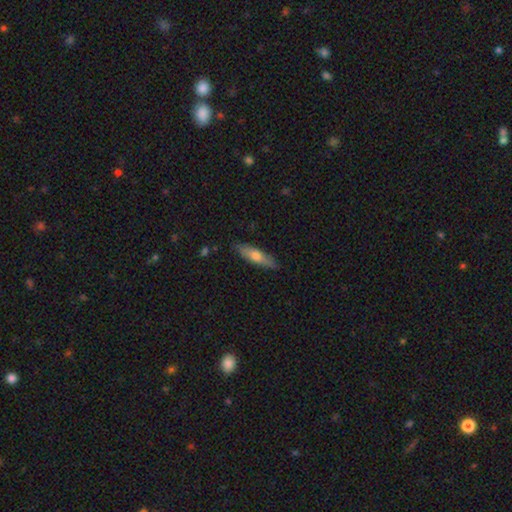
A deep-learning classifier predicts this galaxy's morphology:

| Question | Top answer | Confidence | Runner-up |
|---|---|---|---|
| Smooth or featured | smooth | 65% | featured or disk (29%) |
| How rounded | cigar-shaped | 62% | in between (36%) |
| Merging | none | 83% | minor disturbance (14%) |